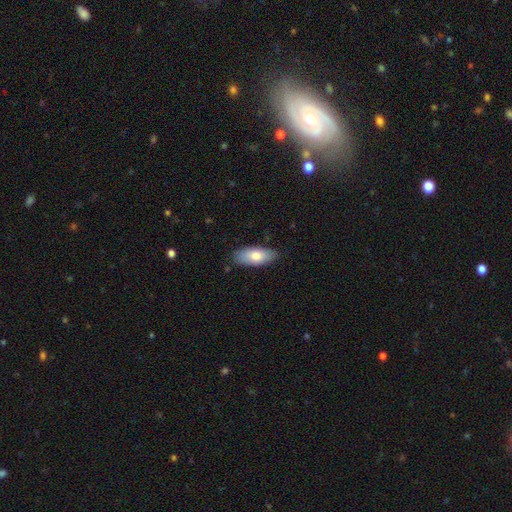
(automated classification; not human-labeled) Smooth or featured? smooth (76%)
How rounded? in between (84%)
Merging? none (83%)